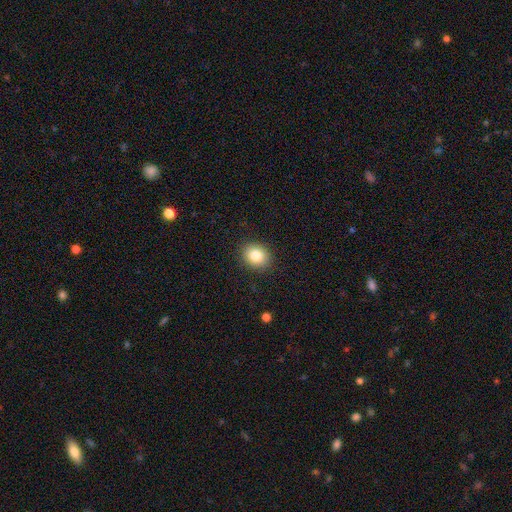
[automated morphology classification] Overall: smooth (83%). How rounded: round (61%; in between 38%). Merging: none (90%).